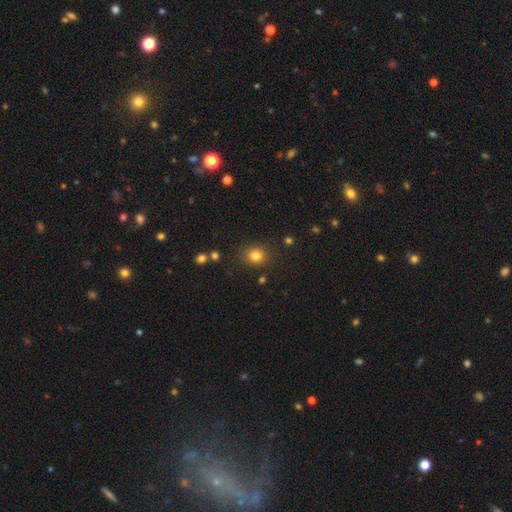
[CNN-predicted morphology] Smooth or featured? Predicted: smooth (p=0.81). How rounded? Predicted: round (p=0.74). Merging? Predicted: none (p=0.85).